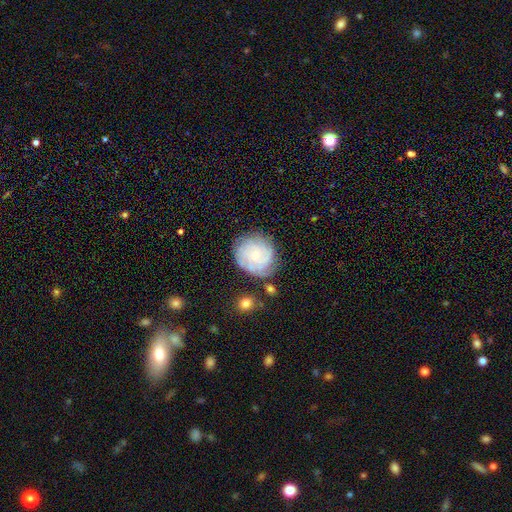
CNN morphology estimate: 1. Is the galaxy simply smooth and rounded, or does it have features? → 61% featured or disk, 31% smooth, 8% star or artifact.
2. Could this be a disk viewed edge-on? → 98% no, 2% yes.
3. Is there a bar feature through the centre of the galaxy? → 80% no, 17% weak, 3% strong.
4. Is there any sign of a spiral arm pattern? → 83% yes, 17% no.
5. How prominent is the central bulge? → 73% small, 22% moderate, 3% none, 2% large, 1% dominant.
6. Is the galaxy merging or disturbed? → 68% none, 20% minor disturbance, 8% major disturbance, 4% merger.